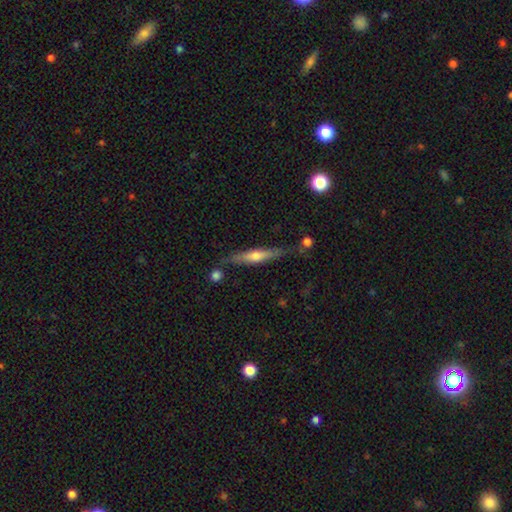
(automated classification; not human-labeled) Q: Smooth or featured?
A: featured or disk (52%); runner-up: smooth (42%)
Q: Edge-on disk?
A: yes (92%); runner-up: no (8%)
Q: Merging?
A: none (74%); runner-up: minor disturbance (17%)